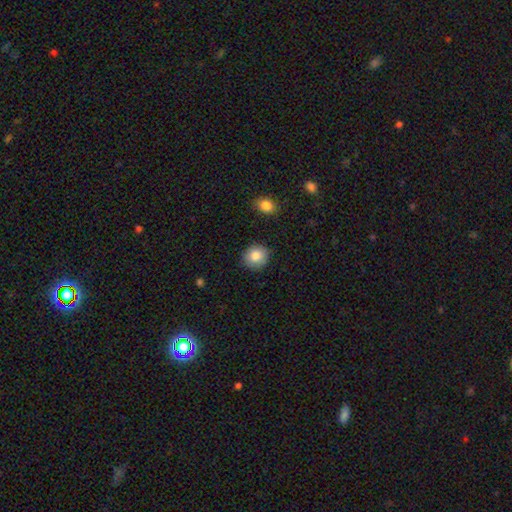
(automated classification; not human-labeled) smooth 85%, star or artifact 8%, featured or disk 7%. Down the decision tree: how rounded — round (86%); merging — none (86%).